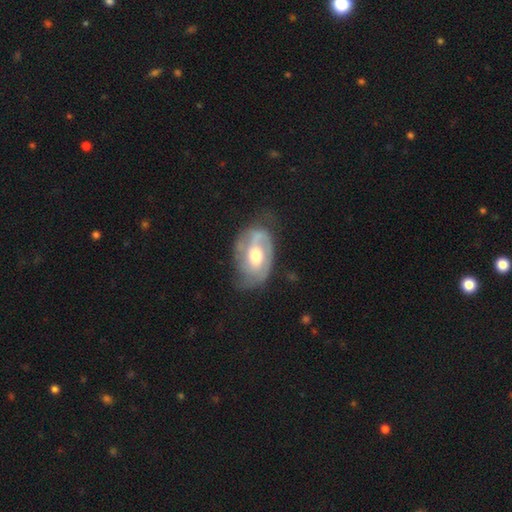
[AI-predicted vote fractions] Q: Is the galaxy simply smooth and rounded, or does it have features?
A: featured or disk — 74%.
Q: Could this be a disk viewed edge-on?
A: no — 95%.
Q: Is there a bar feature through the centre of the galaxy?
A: no — 54%.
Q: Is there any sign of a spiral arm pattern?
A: yes — 82%.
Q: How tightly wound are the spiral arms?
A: medium — 41%, tied with tight.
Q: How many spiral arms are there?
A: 2 — 58%.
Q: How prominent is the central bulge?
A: moderate — 59%.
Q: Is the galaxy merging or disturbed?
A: none — 53%.